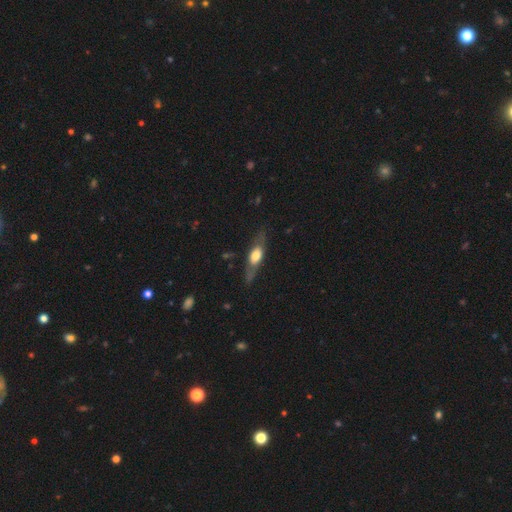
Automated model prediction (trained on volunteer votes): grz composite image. It shows a featured or disk galaxy (52%) viewed edge-on (75%). Merging: none (72%).